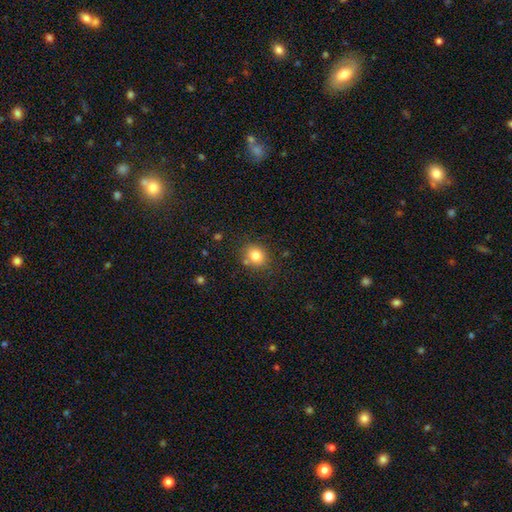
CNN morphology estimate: A smooth galaxy with no disk features (80%) that is round (72%).

Vote fractions:
- Smooth or featured? smooth: 80% / star or artifact: 12% / featured or disk: 8%
- How rounded? round: 72% / in between: 27% / cigar-shaped: 1%
- Merging? none: 79% / minor disturbance: 12% / merger: 5% / major disturbance: 3%